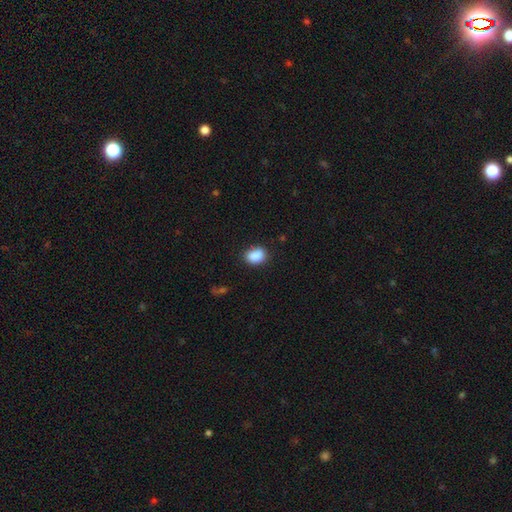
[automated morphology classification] smooth_or_featured: smooth (p=0.88) [alt: star or artifact p=0.08]
how_rounded: in between (p=0.70) [alt: round p=0.28]
merging: none (p=0.81) [alt: minor disturbance p=0.14]